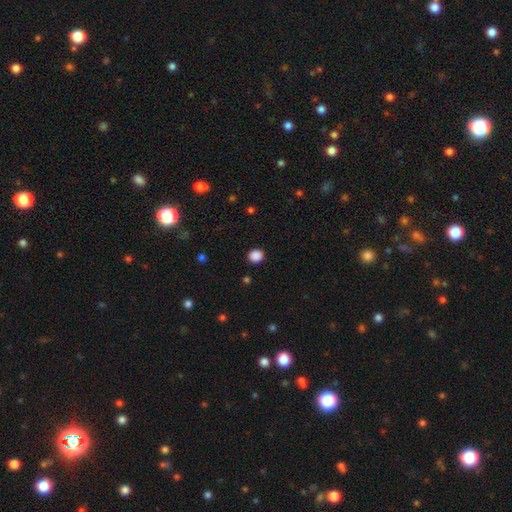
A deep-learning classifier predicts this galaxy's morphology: A smooth galaxy with no disk features (87%) that is round (82%). Merging: none (91%).